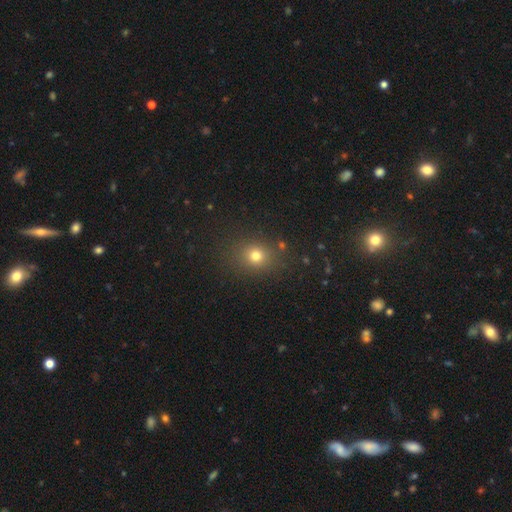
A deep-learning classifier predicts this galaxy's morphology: This appears to be a smooth galaxy with no disk features (74%) that is round (69%). Merging: none (83%).